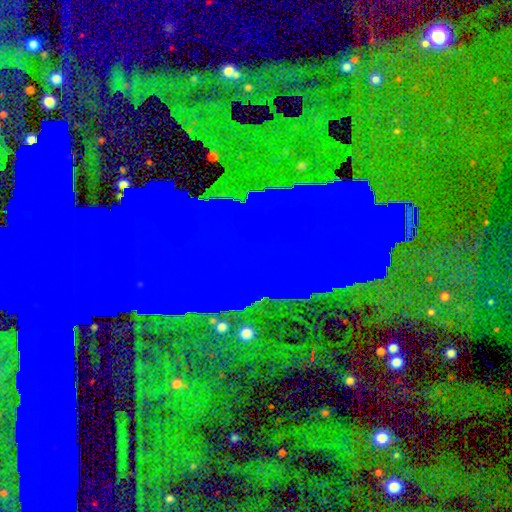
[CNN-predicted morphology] This appears to be a star or artifact, not a galaxy (82%).